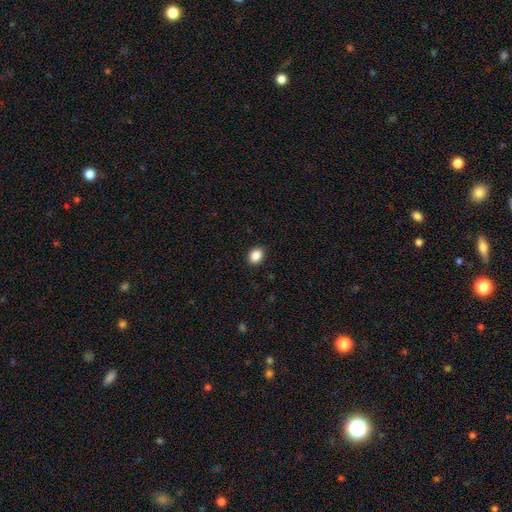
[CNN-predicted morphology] Smooth or featured? Predicted: smooth (p=0.87). How rounded? Predicted: in between (p=0.53). Merging? Predicted: none (p=0.91).